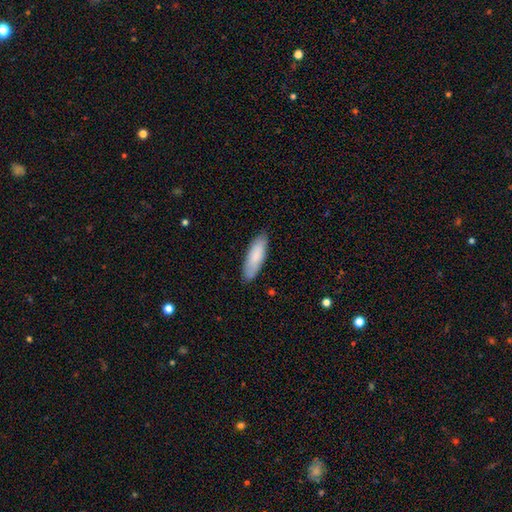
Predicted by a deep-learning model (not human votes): This is clearly a smooth galaxy (85%). How rounded: possibly in between (53%). Merging: clearly none (86%).